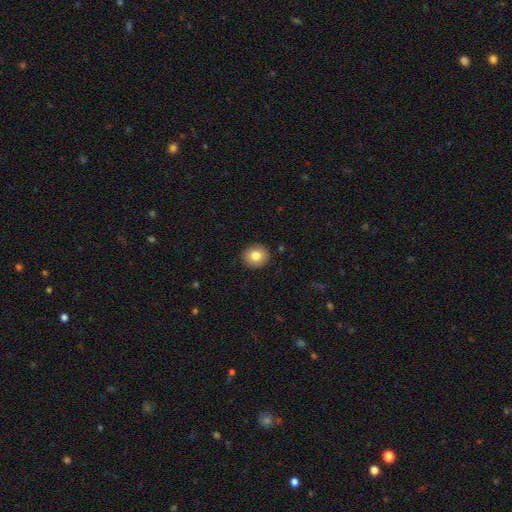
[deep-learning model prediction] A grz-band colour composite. It shows a smooth galaxy with no disk features (81%) that is round (80%). Merging: none (90%).